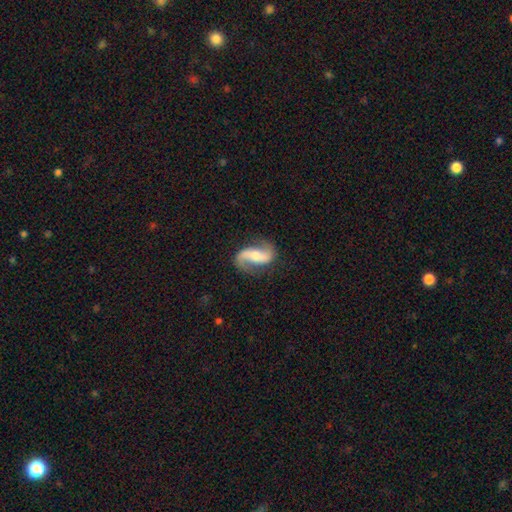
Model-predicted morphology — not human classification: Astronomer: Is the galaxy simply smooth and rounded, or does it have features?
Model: featured or disk — 83%.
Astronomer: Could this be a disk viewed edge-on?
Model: no — 96%.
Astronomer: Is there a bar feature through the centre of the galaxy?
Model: no — 37% (runner-up: weak, 32%).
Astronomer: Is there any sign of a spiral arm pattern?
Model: yes — 95%.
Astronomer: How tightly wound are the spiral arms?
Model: loose — 64%.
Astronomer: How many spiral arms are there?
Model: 2 — 92%.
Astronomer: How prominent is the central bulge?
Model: moderate — 52% (runner-up: small, 36%).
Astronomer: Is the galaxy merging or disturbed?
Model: none — 79%.